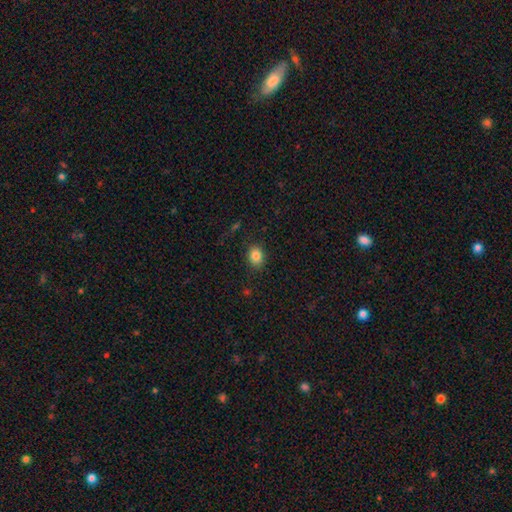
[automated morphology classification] Smooth or featured: smooth — 85% (star or artifact — 10%)
How rounded: in between — 52% (round — 48%)
Merging: none — 86% (minor disturbance — 10%)